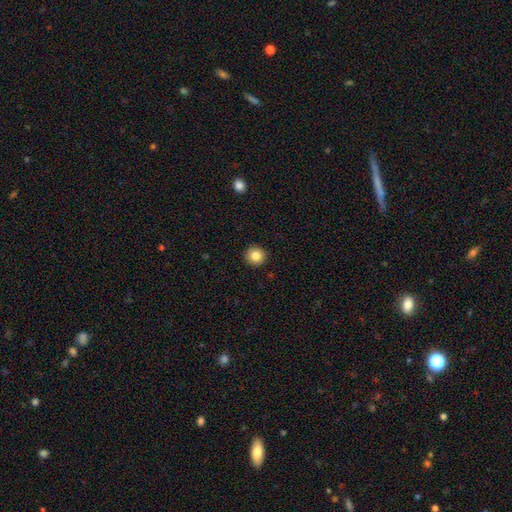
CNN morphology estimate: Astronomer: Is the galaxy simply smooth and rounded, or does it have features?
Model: smooth — 83%.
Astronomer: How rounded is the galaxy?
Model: round — 94%.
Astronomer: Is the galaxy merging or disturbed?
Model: none — 92%.